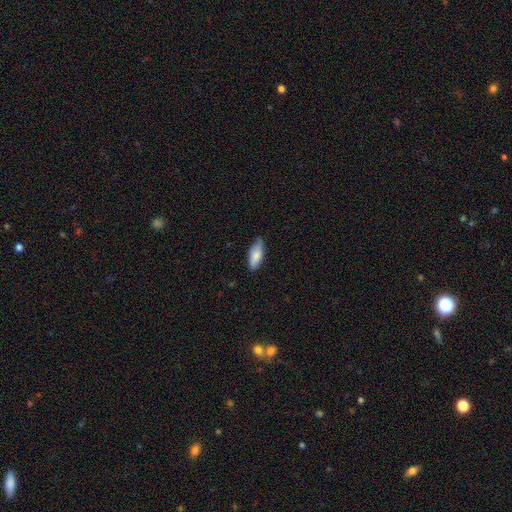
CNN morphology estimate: Smooth or featured? smooth (81%)
How rounded? in between (75%)
Merging? none (70%)